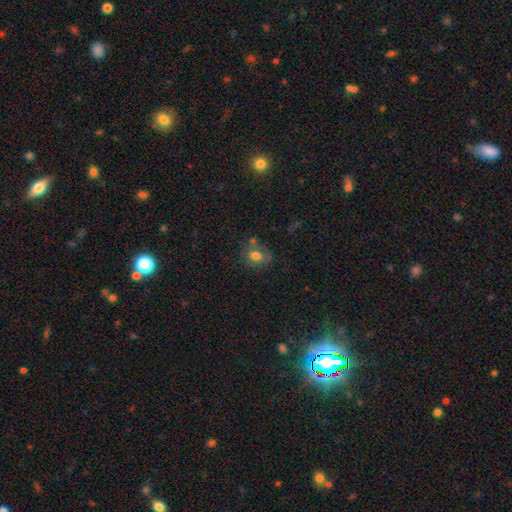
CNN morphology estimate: The model was most divided on "how rounded": in between: 53%, round: 45%, cigar-shaped: 1%. More confident: smooth or featured — smooth (69%); merging — none (59%).